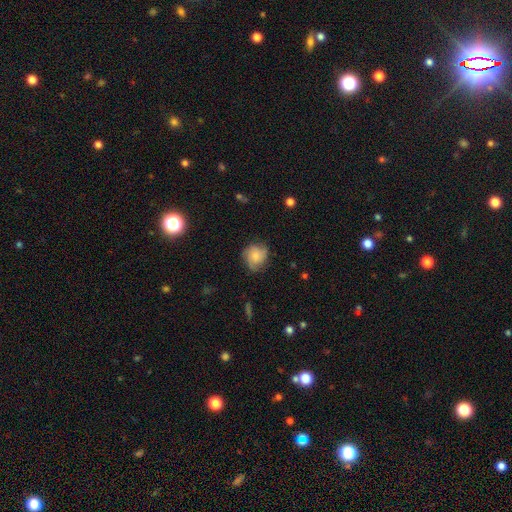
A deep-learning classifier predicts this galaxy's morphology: A smooth galaxy with no disk features (56%) that is round (78%).

Vote fractions:
- Smooth or featured? smooth: 56% / featured or disk: 35% / star or artifact: 9%
- How rounded? round: 78% / in between: 21% / cigar-shaped: 1%
- Merging? none: 69% / minor disturbance: 23% / major disturbance: 7% / merger: 1%